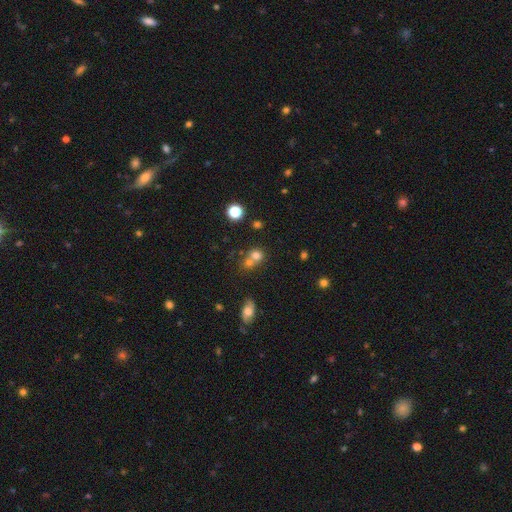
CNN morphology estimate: Smooth or featured?
  - smooth: 72% *
  - star or artifact: 16%
  - featured or disk: 12%
How rounded?
  - round: 78% *
  - in between: 21%
  - cigar-shaped: 1%
Merging?
  - merger: 49% *
  - none: 41%
  - minor disturbance: 7%
  - major disturbance: 3%